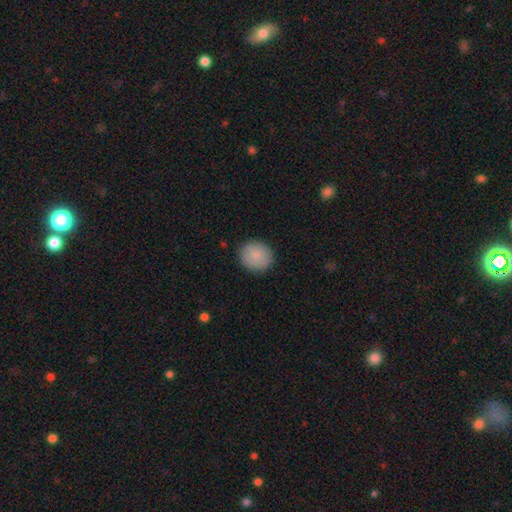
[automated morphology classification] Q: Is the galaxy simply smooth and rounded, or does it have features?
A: smooth — 86%.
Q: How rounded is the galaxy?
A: round — 82%.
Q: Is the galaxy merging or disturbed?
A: none — 88%.